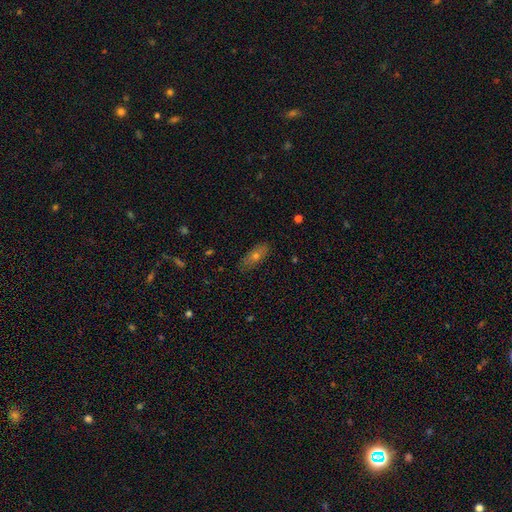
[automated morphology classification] Smooth or featured? Predicted: smooth (p=0.56). How rounded? Predicted: in between (p=0.59). Merging? Predicted: none (p=0.85).